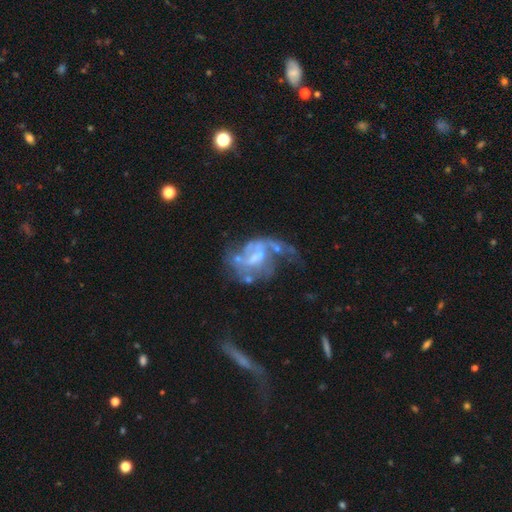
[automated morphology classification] smooth_or_featured: featured or disk (p=0.77) [alt: smooth p=0.13]
disk_edge_on: no (p=0.97) [alt: yes p=0.03]
bar: weak (p=0.44) [alt: no p=0.38]
has_spiral_arms: yes (p=0.65) [alt: no p=0.35]
bulge_size: small (p=0.38) [alt: none p=0.33]
merging: major disturbance (p=0.43) [alt: none p=0.25]